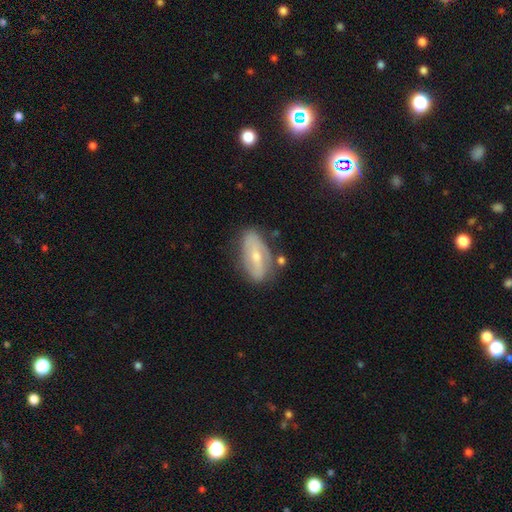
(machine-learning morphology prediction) Smooth or featured: featured or disk — 66% (smooth — 27%)
Edge-on disk: no — 88% (yes — 12%)
Bar: weak — 40% (strong — 31%)
Spiral arms: yes — 73% (no — 27%)
Bulge size: moderate — 49% (small — 46%)
Merging: none — 68% (minor disturbance — 20%)